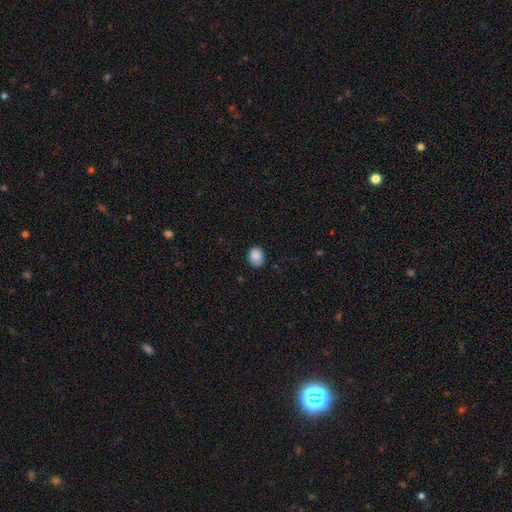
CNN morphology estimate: Overall: smooth (87%). How rounded: round (52%; in between 48%). Merging: none (79%).